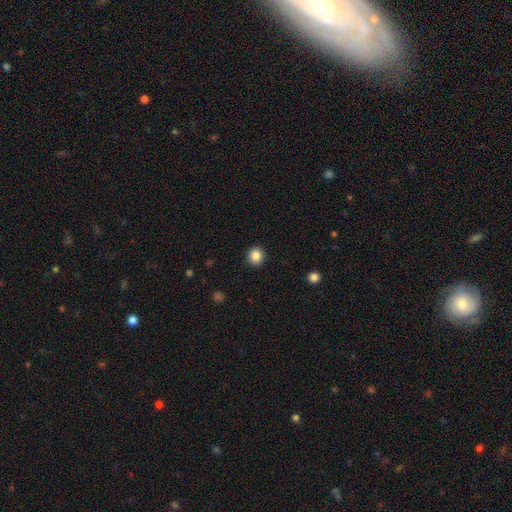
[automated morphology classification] Smooth or featured: smooth — 86% (star or artifact — 10%)
How rounded: round — 82% (in between — 18%)
Merging: none — 92% (minor disturbance — 6%)